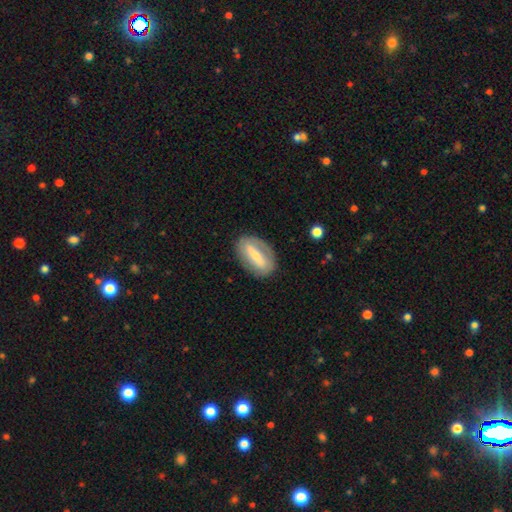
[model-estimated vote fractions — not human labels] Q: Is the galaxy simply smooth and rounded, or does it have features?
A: featured or disk — 55%.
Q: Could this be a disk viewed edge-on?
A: no — 86%.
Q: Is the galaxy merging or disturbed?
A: none — 81%.